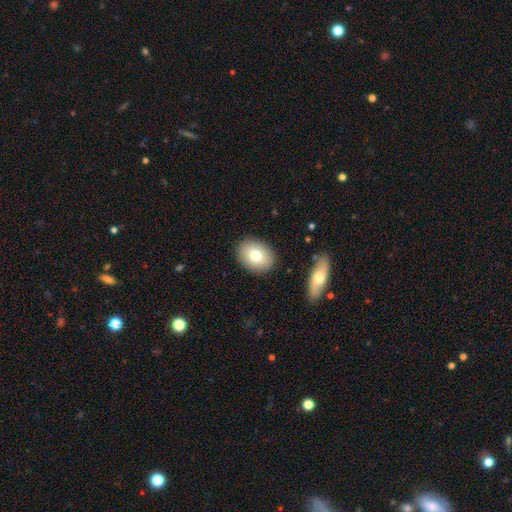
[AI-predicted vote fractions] The model was most divided on "how rounded": in between: 62%, round: 36%, cigar-shaped: 1%. More confident: merging — none (88%); smooth or featured — smooth (76%).